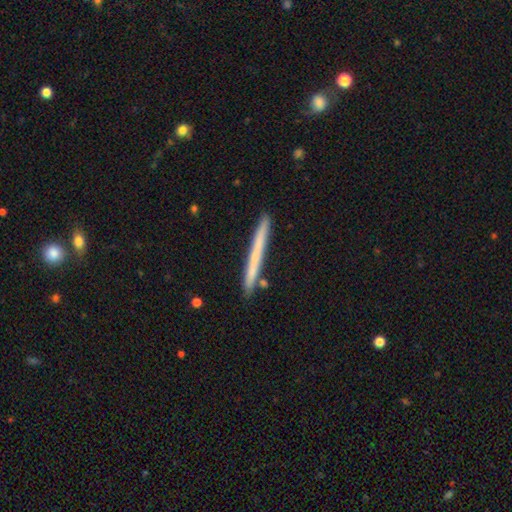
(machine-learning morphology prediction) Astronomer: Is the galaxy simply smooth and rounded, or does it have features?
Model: smooth — 56% (runner-up: featured or disk, 38%).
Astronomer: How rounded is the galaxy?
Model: cigar-shaped — 97%.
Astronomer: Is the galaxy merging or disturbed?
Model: none — 89%.